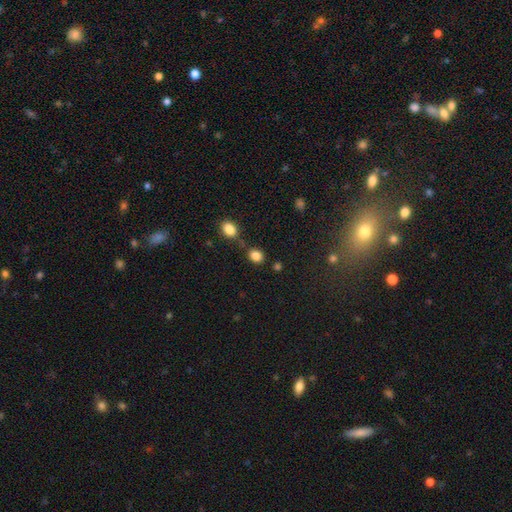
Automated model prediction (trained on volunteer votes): The model was most divided on "how rounded": round: 55%, in between: 44%, cigar-shaped: 1%. More confident: smooth or featured — smooth (84%); merging — none (70%).